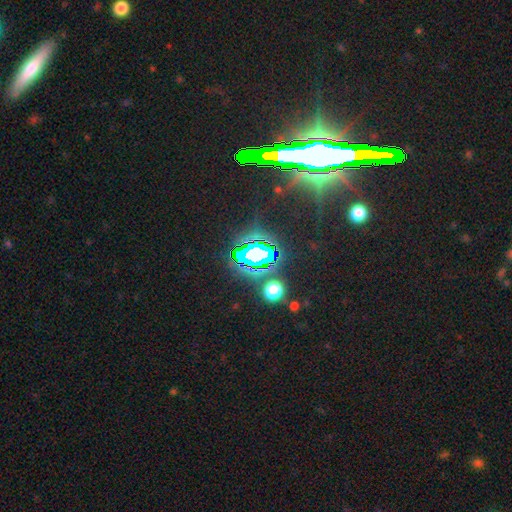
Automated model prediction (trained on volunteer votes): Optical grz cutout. It shows a star or artifact, not a galaxy (72%).